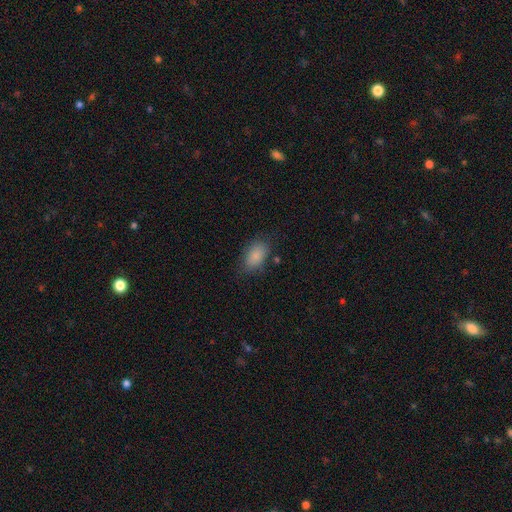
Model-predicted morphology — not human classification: smooth-or-featured: smooth: 86% | star or artifact: 8% | featured or disk: 6%
  how-rounded: in between: 90% | round: 8% | cigar-shaped: 2%
  merging: none: 75% | minor disturbance: 17% | major disturbance: 5% | merger: 2%